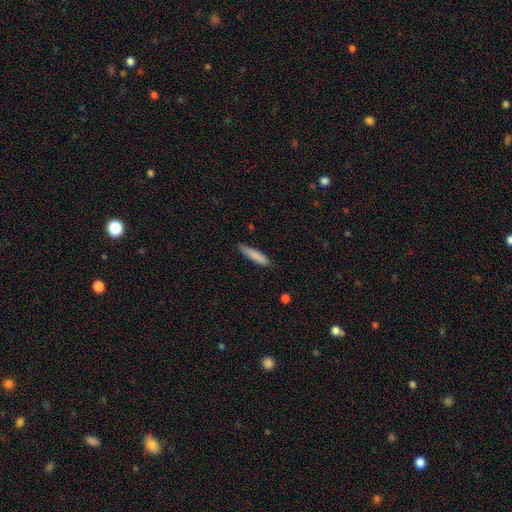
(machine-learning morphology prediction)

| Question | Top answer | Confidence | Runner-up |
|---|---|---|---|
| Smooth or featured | smooth | 84% | featured or disk (10%) |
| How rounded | cigar-shaped | 85% | in between (14%) |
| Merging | none | 78% | minor disturbance (17%) |